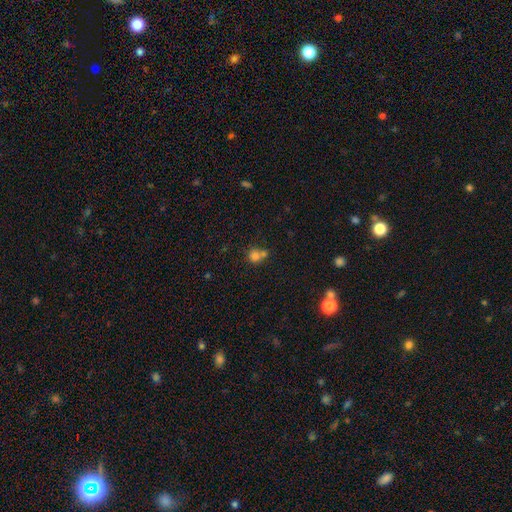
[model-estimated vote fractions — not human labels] Morphology: type=smooth (76%); roundness=round (80%); merging=merger (48%).